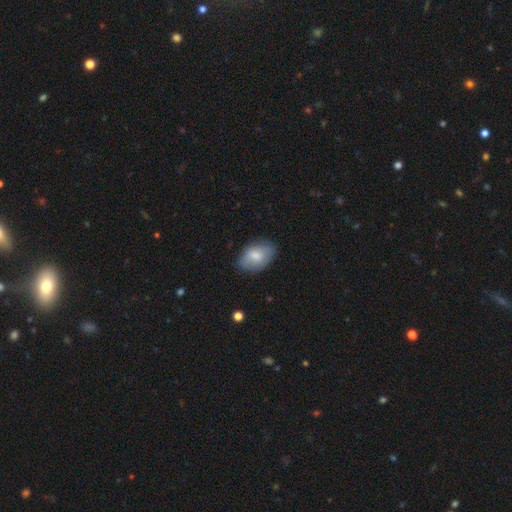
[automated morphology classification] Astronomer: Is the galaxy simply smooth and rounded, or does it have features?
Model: smooth — 76%.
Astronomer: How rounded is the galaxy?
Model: in between — 89%.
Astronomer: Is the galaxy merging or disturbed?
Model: none — 75%.